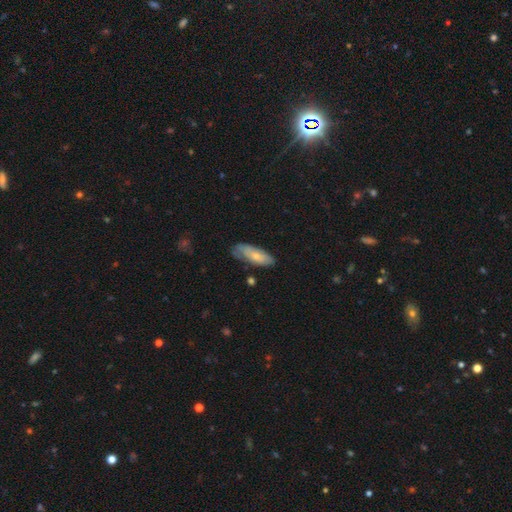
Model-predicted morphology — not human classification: Smooth or featured? Predicted: smooth (p=0.66). How rounded? Predicted: in between (p=0.69). Merging? Predicted: none (p=0.57).